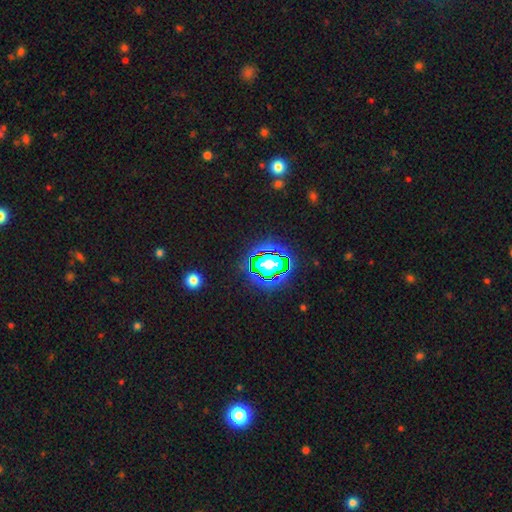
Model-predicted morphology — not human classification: Smooth or featured?
  - star or artifact: 80% *
  - smooth: 13%
  - featured or disk: 8%